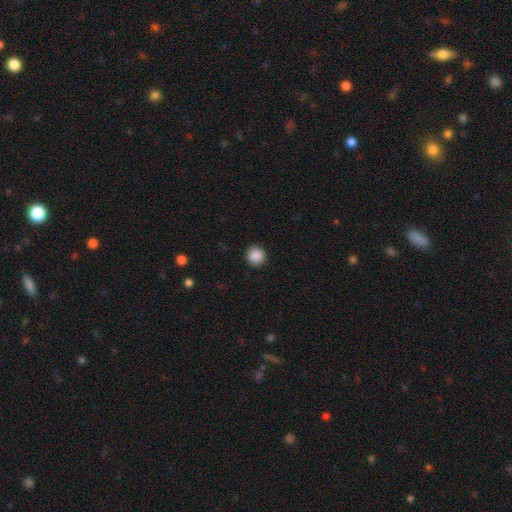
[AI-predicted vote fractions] A smooth galaxy with no disk features (89%) that is round (93%).

Vote fractions:
- Smooth or featured? smooth: 89% / star or artifact: 9% / featured or disk: 3%
- How rounded? round: 93% / in between: 6% / cigar-shaped: 1%
- Merging? none: 92% / minor disturbance: 5% / major disturbance: 2% / merger: 1%